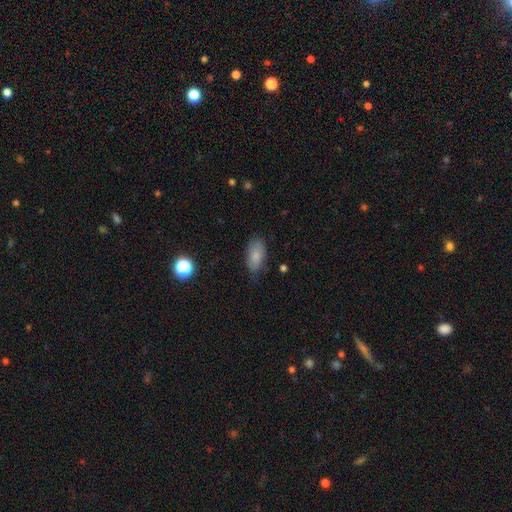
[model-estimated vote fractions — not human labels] The model was most divided on "merging": none: 77%, minor disturbance: 18%, major disturbance: 4%, merger: 1%. More confident: how rounded — in between (92%); smooth or featured — smooth (83%).